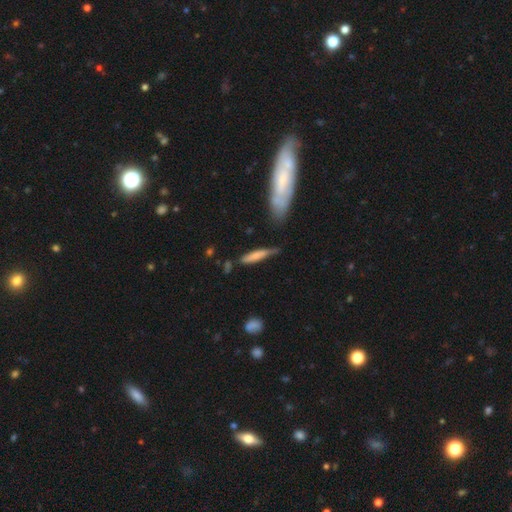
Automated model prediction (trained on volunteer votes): Smooth or featured?
  - smooth: 69% *
  - featured or disk: 25%
  - star or artifact: 6%
How rounded?
  - cigar-shaped: 85% *
  - in between: 13%
  - round: 2%
Merging?
  - none: 60% *
  - minor disturbance: 27%
  - major disturbance: 7%
  - merger: 5%